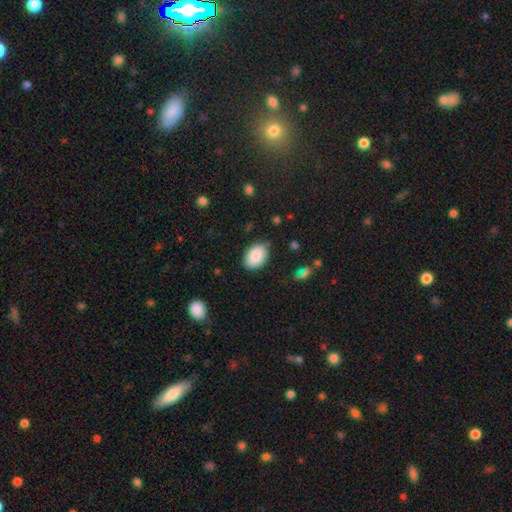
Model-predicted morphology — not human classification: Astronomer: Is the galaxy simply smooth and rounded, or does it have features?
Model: smooth — 87%.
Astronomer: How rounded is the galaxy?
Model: in between — 85%.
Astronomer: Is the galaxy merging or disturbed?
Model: none — 81%.